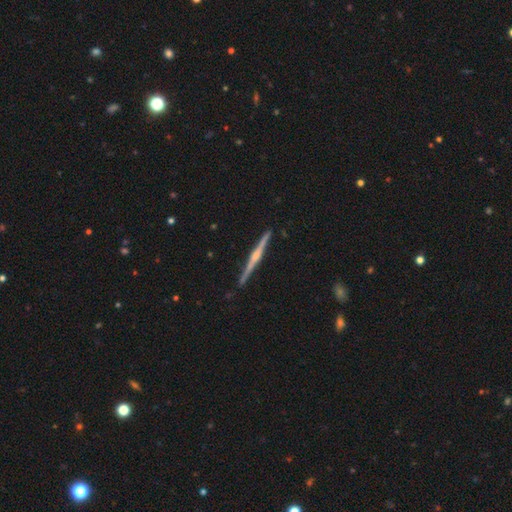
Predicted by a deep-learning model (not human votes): A featured or disk galaxy (82%) viewed edge-on (99%) with a rounded central bulge (76%). Merging: none (91%).